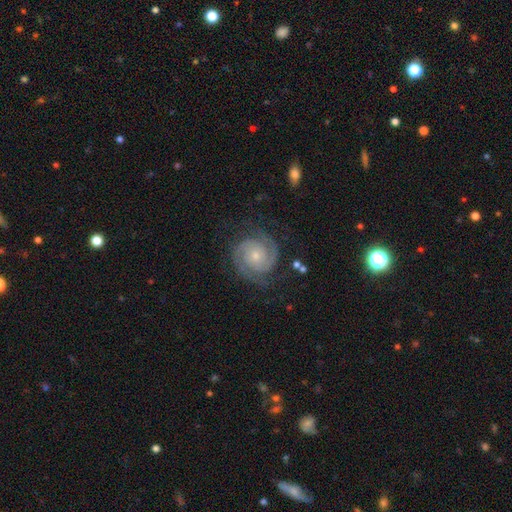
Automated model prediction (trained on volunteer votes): Smooth or featured? featured or disk (89%)
Edge-on disk? no (98%)
Bar? no (74%)
Spiral arms? yes (98%)
Spiral winding? tight (67%)
Spiral arm count? 2 (81%)
Bulge size? small (59%)
Merging? none (79%)